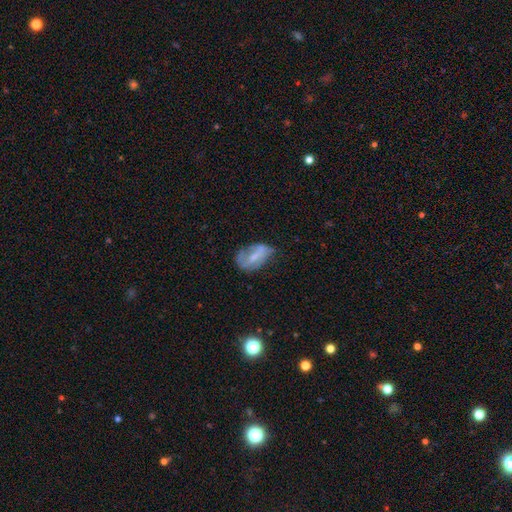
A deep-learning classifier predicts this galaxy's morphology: A featured or disk galaxy (46%). Merging: none (42%).